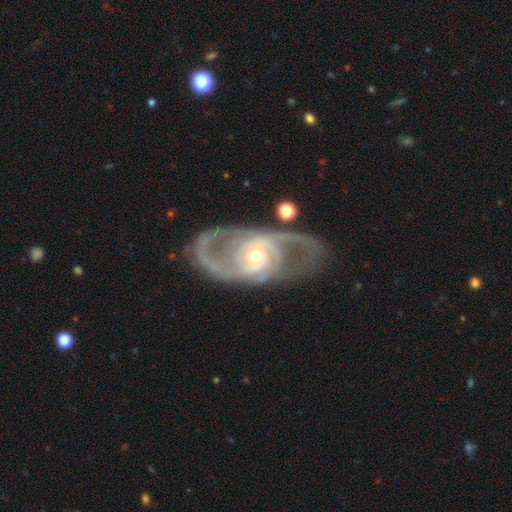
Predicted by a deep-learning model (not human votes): Smooth or featured? featured or disk (91%)
Edge-on disk? no (96%)
Bar? no (53%)
Spiral arms? yes (96%)
Spiral winding? medium (54%)
Spiral arm count? 2 (82%)
Bulge size? small (56%)
Merging? none (73%)